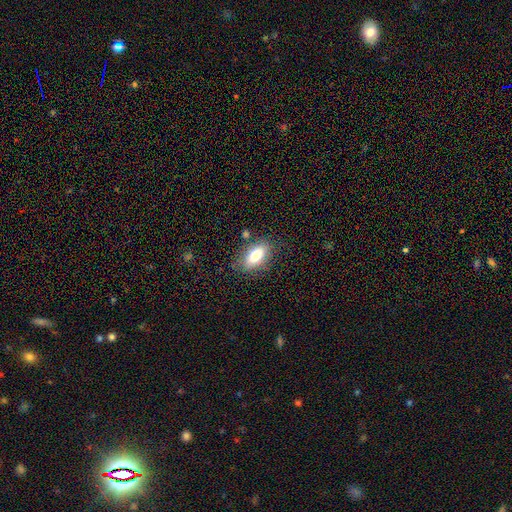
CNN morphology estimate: Q: Smooth or featured?
A: smooth (74%); runner-up: featured or disk (17%)
Q: How rounded?
A: in between (84%); runner-up: cigar-shaped (11%)
Q: Merging?
A: none (79%); runner-up: minor disturbance (13%)